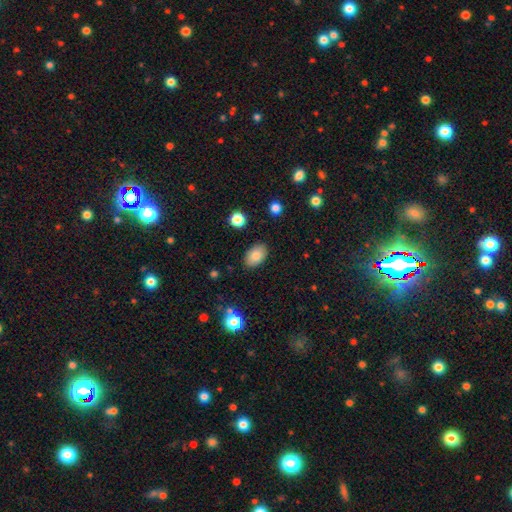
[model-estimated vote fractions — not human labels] Smooth or featured?
  - smooth: 83% *
  - featured or disk: 9%
  - star or artifact: 8%
How rounded?
  - in between: 90% *
  - round: 9%
  - cigar-shaped: 1%
Merging?
  - none: 86% *
  - minor disturbance: 10%
  - major disturbance: 2%
  - merger: 2%